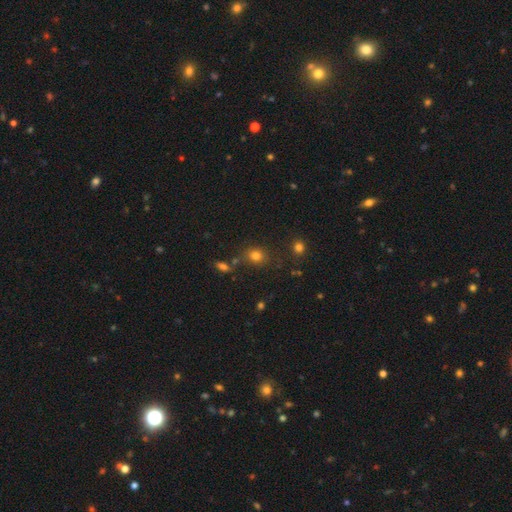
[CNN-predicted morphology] A smooth galaxy with no disk features (79%) that is round (63%). Merging: none (73%).